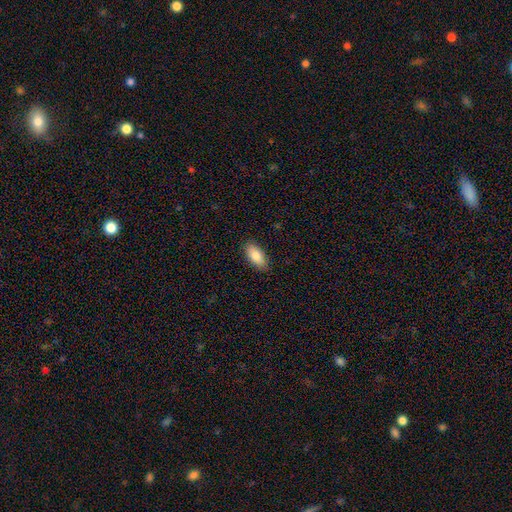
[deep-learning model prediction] A smooth galaxy with no disk features (85%) that is in between round and cigar-shaped (91%). Merging: none (88%).